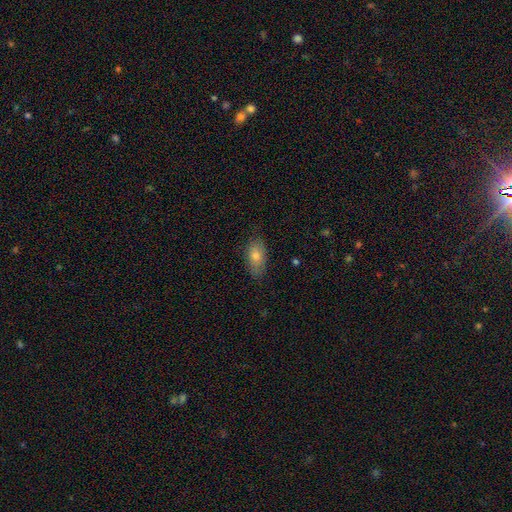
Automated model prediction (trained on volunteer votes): A smooth galaxy with no disk features (71%) that is in between round and cigar-shaped (88%).

Vote fractions:
- Smooth or featured? smooth: 71% / featured or disk: 20% / star or artifact: 9%
- How rounded? in between: 88% / cigar-shaped: 7% / round: 6%
- Merging? none: 79% / minor disturbance: 17% / major disturbance: 3% / merger: 1%